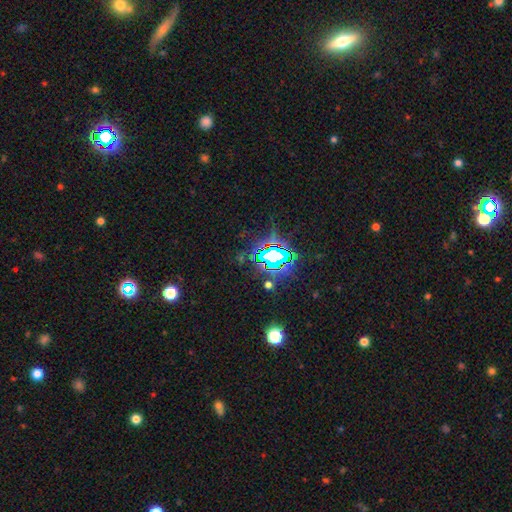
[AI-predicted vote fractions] Overall: star or artifact (80%).